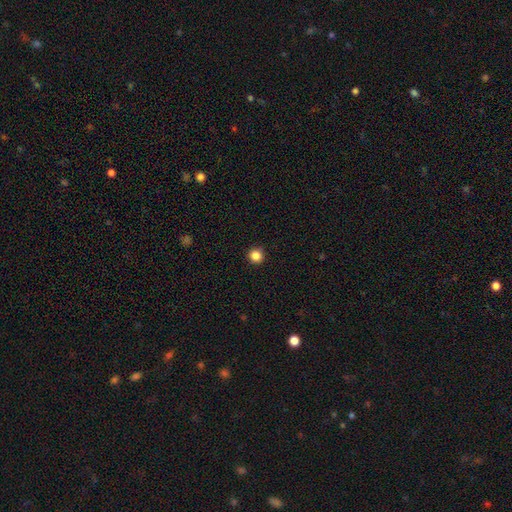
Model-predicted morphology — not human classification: This appears to be a smooth galaxy with no disk features (85%) that is round (95%). Merging: none (93%).